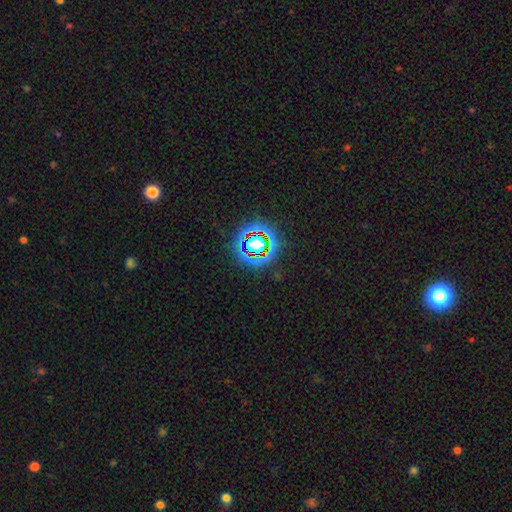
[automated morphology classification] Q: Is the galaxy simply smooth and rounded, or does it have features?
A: star or artifact — 76%.